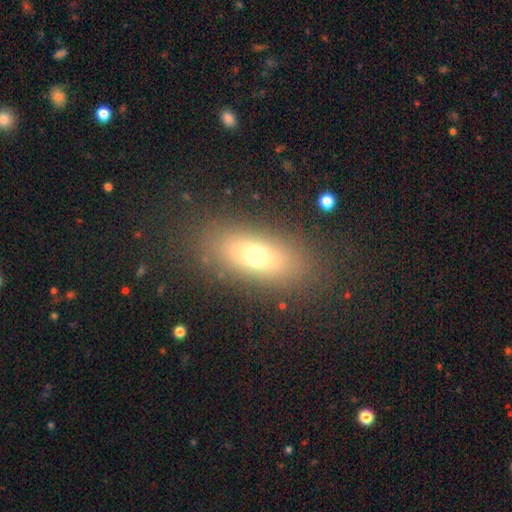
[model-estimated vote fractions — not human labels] Smooth or featured: smooth — 68% (featured or disk — 20%)
How rounded: in between — 73% (cigar-shaped — 22%)
Merging: none — 84% (minor disturbance — 9%)